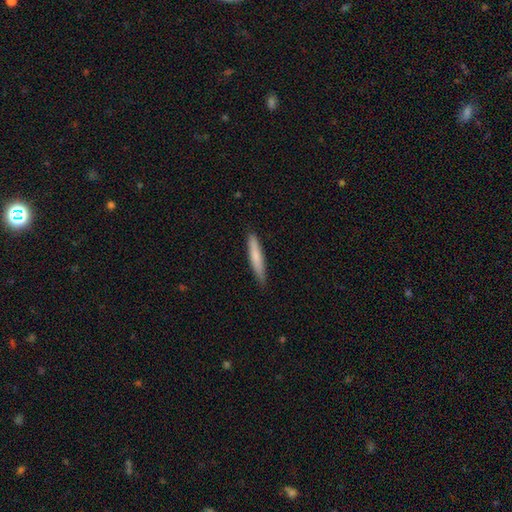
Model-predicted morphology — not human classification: type=smooth (73%); roundness=cigar-shaped (93%); merging=none (87%).